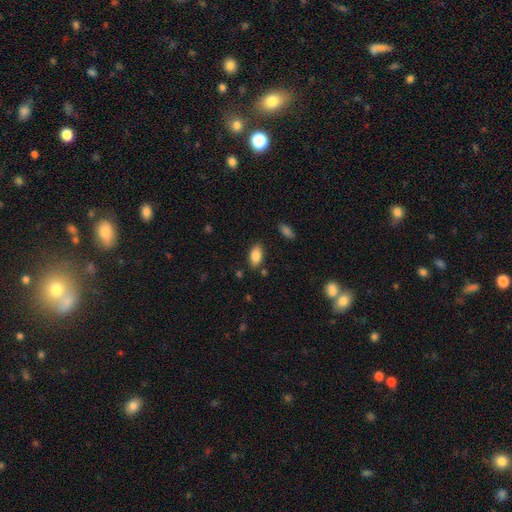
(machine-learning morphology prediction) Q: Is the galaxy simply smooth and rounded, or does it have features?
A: smooth — 85%.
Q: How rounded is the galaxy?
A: in between — 92%.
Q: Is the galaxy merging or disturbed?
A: none — 81%.